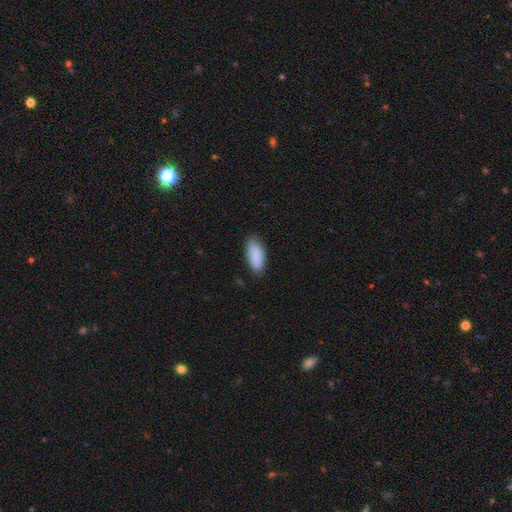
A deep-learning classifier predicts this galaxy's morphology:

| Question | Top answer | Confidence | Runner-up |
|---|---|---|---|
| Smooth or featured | smooth | 88% | star or artifact (6%) |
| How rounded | in between | 86% | cigar-shaped (12%) |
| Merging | none | 77% | minor disturbance (19%) |